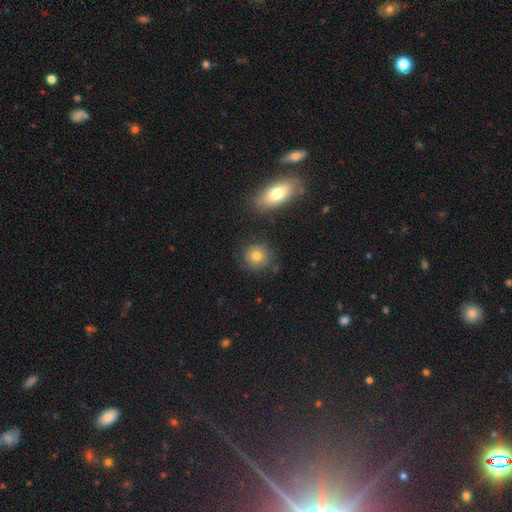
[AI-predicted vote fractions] Smooth or featured: smooth — 76% (featured or disk — 14%)
How rounded: round — 87% (in between — 12%)
Merging: none — 81% (minor disturbance — 12%)